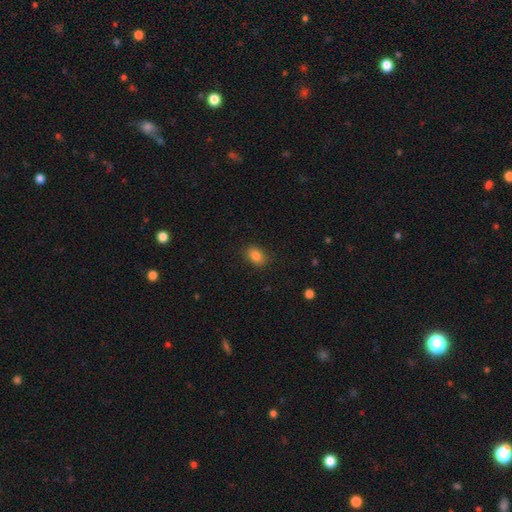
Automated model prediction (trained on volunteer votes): Morphology: type=smooth (86%); roundness=in between (78%); merging=none (84%).